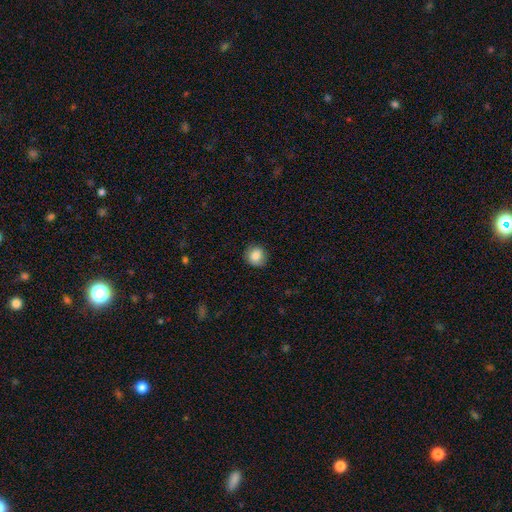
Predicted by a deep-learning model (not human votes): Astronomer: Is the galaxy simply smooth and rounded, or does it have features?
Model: smooth — 85%.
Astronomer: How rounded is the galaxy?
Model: round — 88%.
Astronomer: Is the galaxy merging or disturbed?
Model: none — 84%.